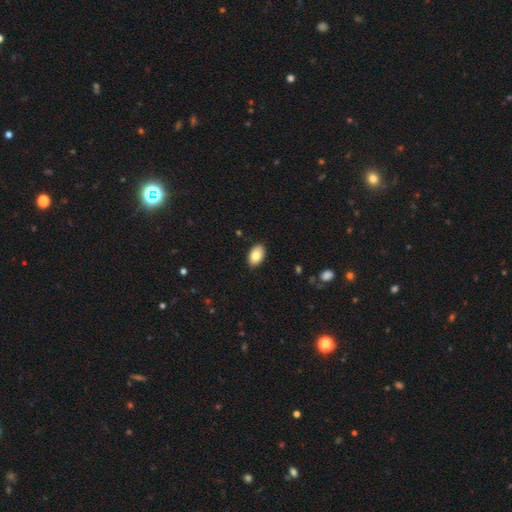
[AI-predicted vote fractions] Q: Smooth or featured?
A: smooth (82%); runner-up: featured or disk (11%)
Q: How rounded?
A: in between (93%); runner-up: round (6%)
Q: Merging?
A: none (88%); runner-up: minor disturbance (9%)